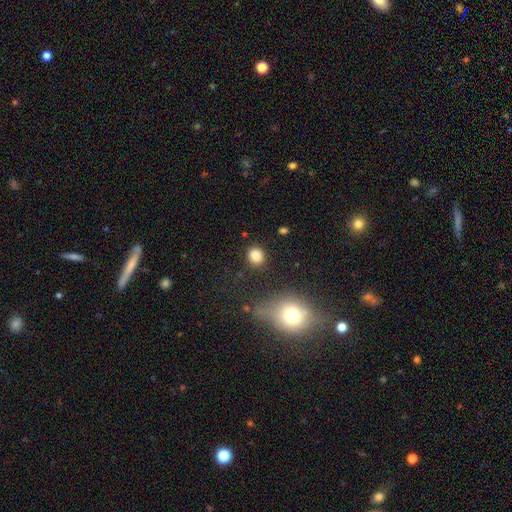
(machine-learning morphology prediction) smooth-or-featured: smooth: 84% | star or artifact: 12% | featured or disk: 4%
  how-rounded: round: 81% | in between: 18% | cigar-shaped: 1%
  merging: none: 84% | minor disturbance: 9% | major disturbance: 4% | merger: 3%